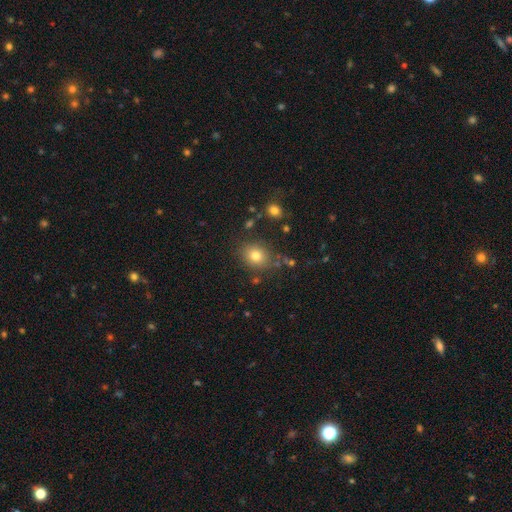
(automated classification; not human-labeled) Smooth or featured? Predicted: smooth (p=0.78). How rounded? Predicted: round (p=0.61). Merging? Predicted: none (p=0.79).